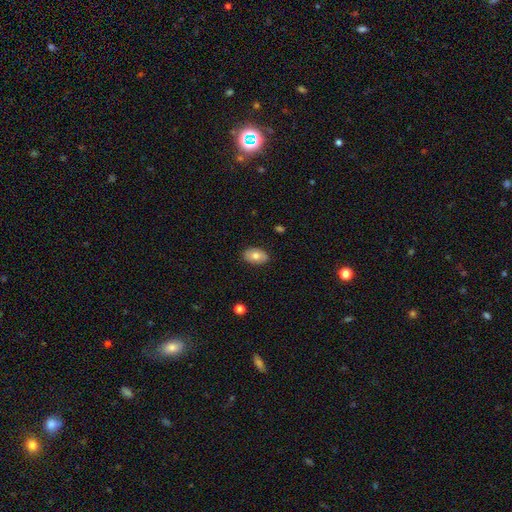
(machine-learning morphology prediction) Smooth or featured? Predicted: smooth (p=0.74). How rounded? Predicted: in between (p=0.91). Merging? Predicted: none (p=0.87).